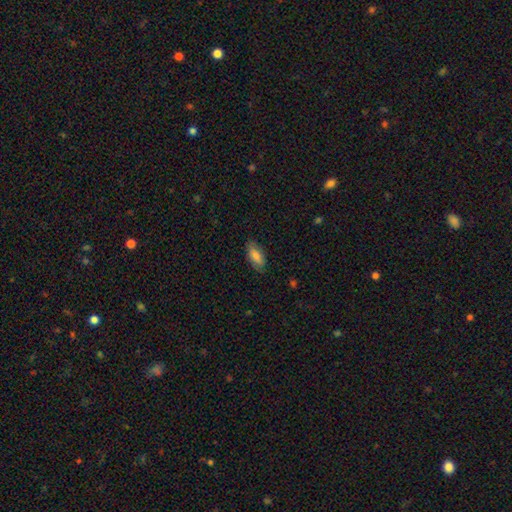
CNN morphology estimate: Smooth or featured?
  - smooth: 79% *
  - featured or disk: 15%
  - star or artifact: 6%
How rounded?
  - in between: 85% *
  - cigar-shaped: 12%
  - round: 2%
Merging?
  - none: 81% *
  - minor disturbance: 15%
  - major disturbance: 3%
  - merger: 1%